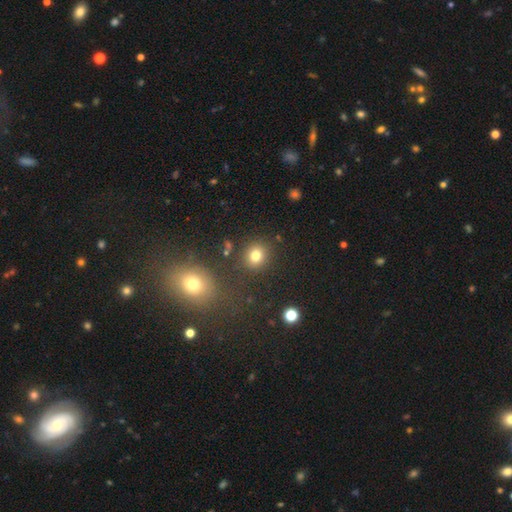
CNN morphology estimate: smooth-or-featured: smooth: 79% | star or artifact: 14% | featured or disk: 7%
  how-rounded: round: 82% | in between: 17% | cigar-shaped: 1%
  merging: none: 84% | minor disturbance: 8% | merger: 4% | major disturbance: 3%